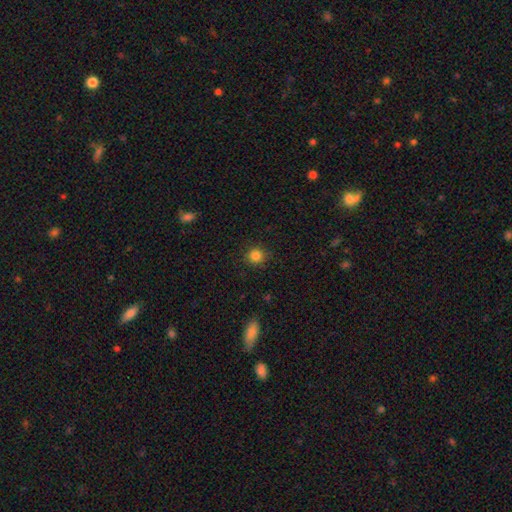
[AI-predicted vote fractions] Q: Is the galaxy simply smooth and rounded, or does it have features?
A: smooth — 84%.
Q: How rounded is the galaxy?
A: round — 93%.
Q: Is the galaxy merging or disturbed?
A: none — 89%.